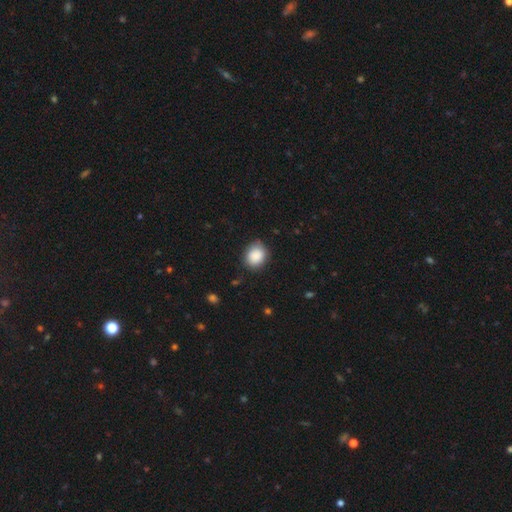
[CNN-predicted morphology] Smooth or featured?
  - smooth: 88% *
  - star or artifact: 8%
  - featured or disk: 4%
How rounded?
  - round: 59% *
  - in between: 40%
  - cigar-shaped: 1%
Merging?
  - none: 79% *
  - minor disturbance: 16%
  - major disturbance: 3%
  - merger: 1%